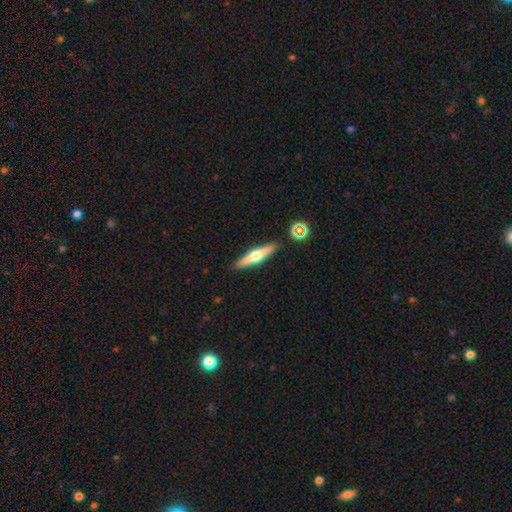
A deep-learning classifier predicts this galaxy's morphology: Smooth or featured? Predicted: featured or disk (p=0.60). Edge-on disk? Predicted: yes (p=0.96). Edge-on bulge? Predicted: rounded (p=0.93). Merging? Predicted: none (p=0.89).